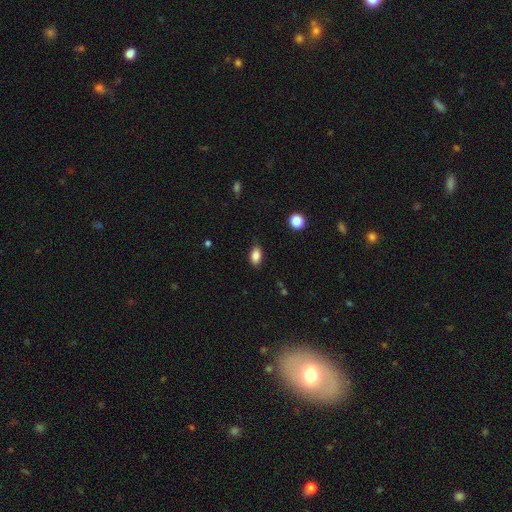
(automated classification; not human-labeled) This appears to be a smooth galaxy with no disk features (86%) that is in between round and cigar-shaped (88%). Merging: none (81%).